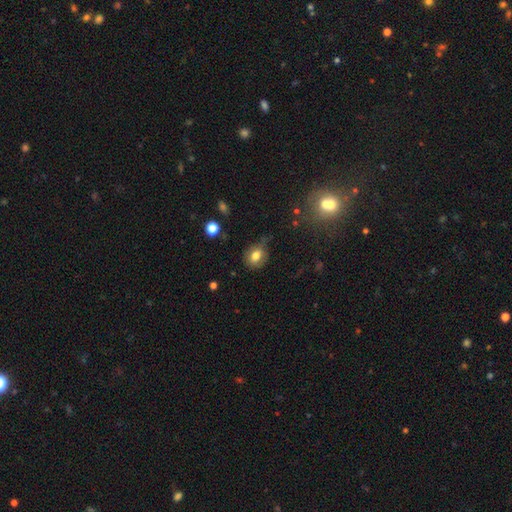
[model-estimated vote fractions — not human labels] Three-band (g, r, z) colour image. It shows a smooth galaxy with no disk features (79%) that is round (60%). Merging: none (61%).